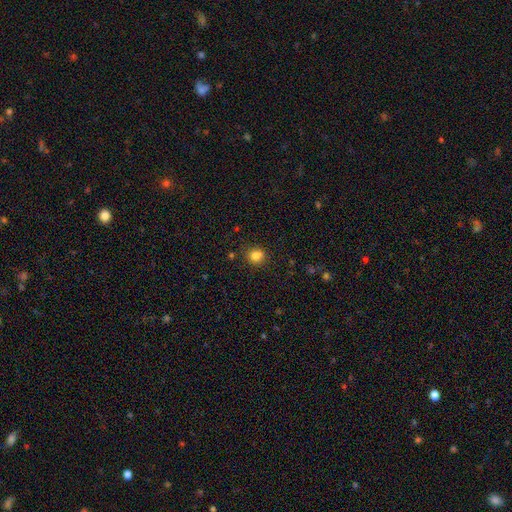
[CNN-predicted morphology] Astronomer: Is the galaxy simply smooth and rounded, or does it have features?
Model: smooth — 82%.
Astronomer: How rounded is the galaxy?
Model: round — 78%.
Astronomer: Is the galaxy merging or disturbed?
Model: none — 80%.